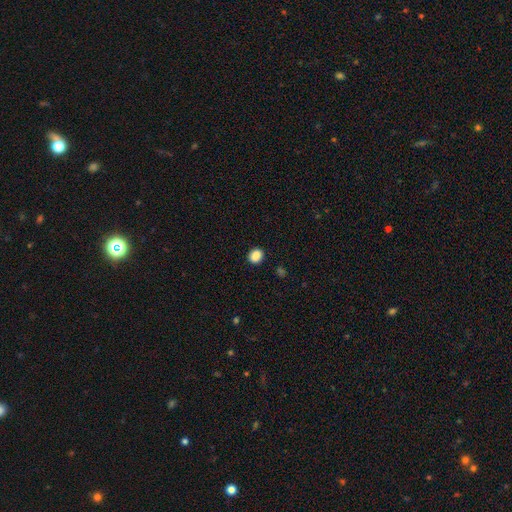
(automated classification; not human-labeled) The model was most divided on "how rounded": round: 67%, in between: 32%, cigar-shaped: 1%. More confident: merging — none (90%); smooth or featured — smooth (88%).